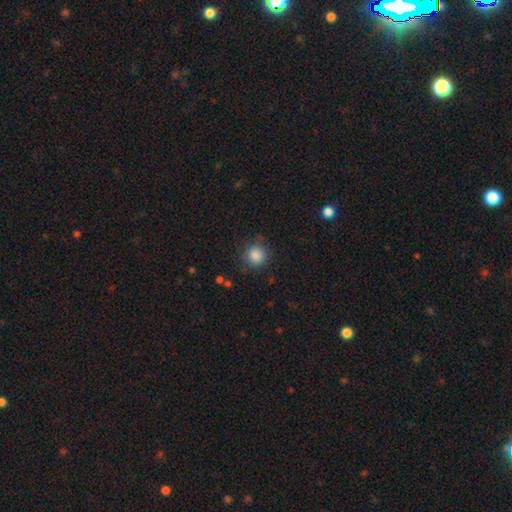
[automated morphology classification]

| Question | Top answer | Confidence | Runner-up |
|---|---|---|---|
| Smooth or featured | smooth | 86% | star or artifact (10%) |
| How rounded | round | 91% | in between (8%) |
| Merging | none | 82% | minor disturbance (12%) |